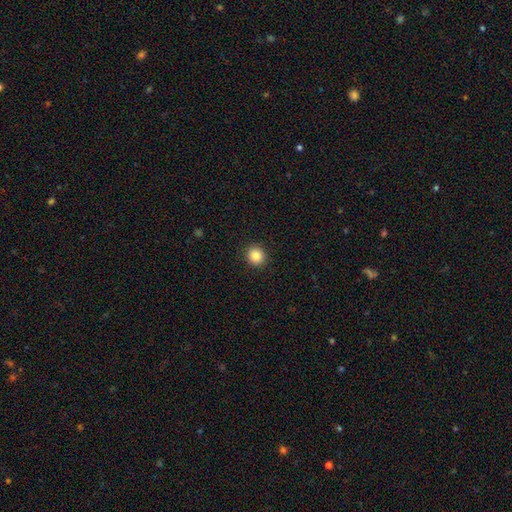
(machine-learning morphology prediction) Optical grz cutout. It shows a smooth galaxy with no disk features (86%) that is round (88%). Merging: none (92%).